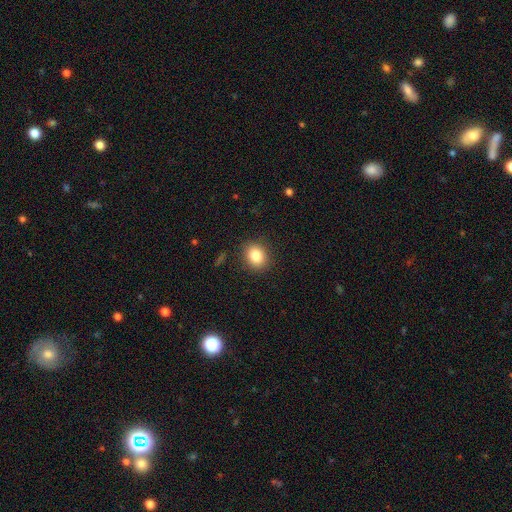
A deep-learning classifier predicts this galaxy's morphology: A smooth galaxy with no disk features (84%) that is round (57%). Merging: none (88%).